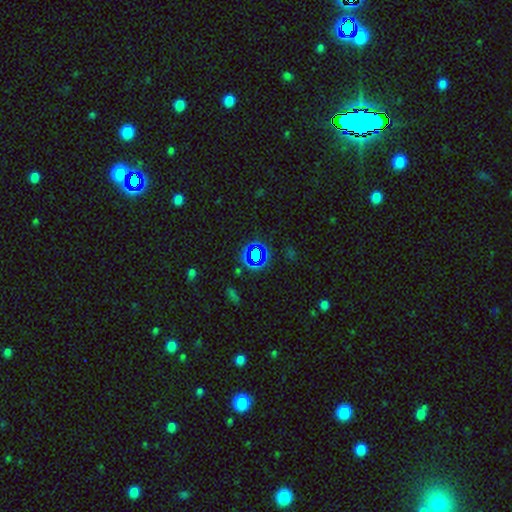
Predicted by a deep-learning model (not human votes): Smooth or featured? star or artifact (56%)